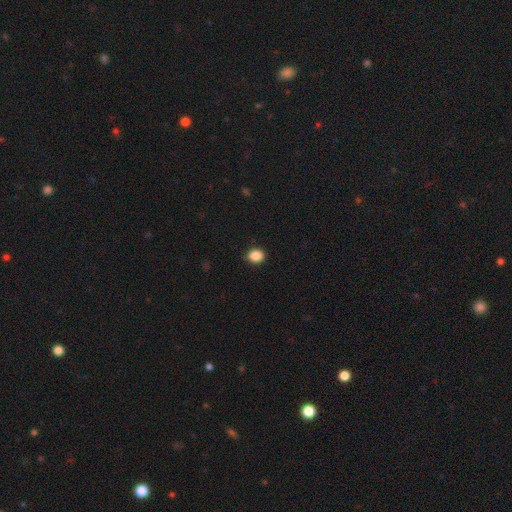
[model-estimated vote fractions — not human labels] smooth 87%, star or artifact 10%, featured or disk 3%. Down the decision tree: how rounded — round (54%); merging — none (87%).